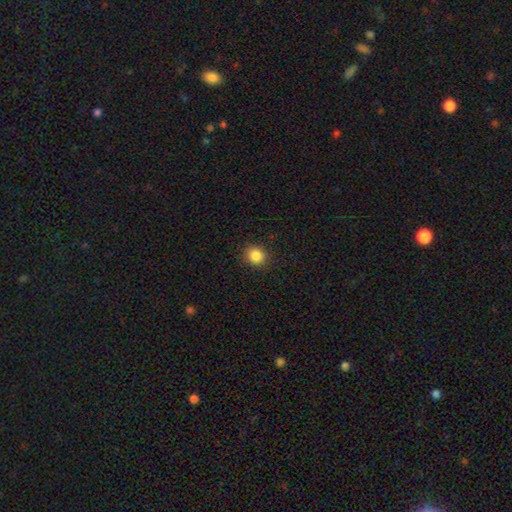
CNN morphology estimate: This is clearly a smooth galaxy (86%). How rounded: clearly round (83%). Merging: clearly none (90%).